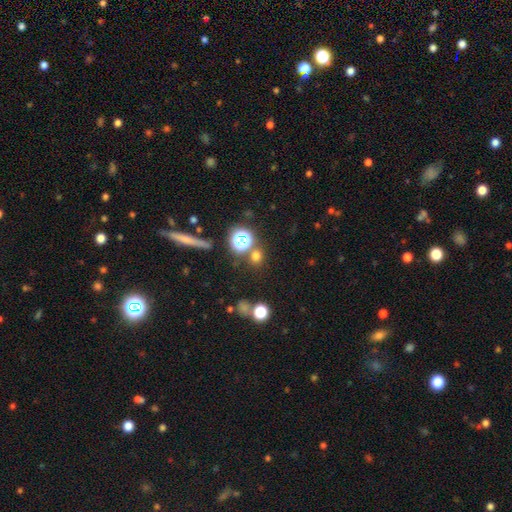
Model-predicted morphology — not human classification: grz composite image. It shows a smooth galaxy with no disk features (65%) that is round (80%). Merging: none (77%).